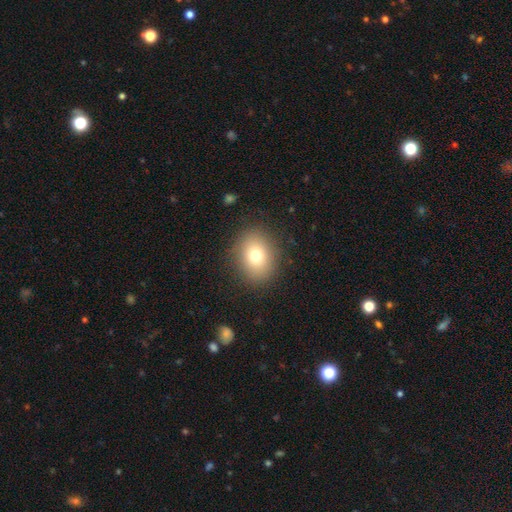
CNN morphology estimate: smooth_or_featured: smooth (p=0.75) [alt: featured or disk p=0.13]
how_rounded: round (p=0.50) [alt: in between p=0.49]
merging: none (p=0.87) [alt: minor disturbance p=0.08]